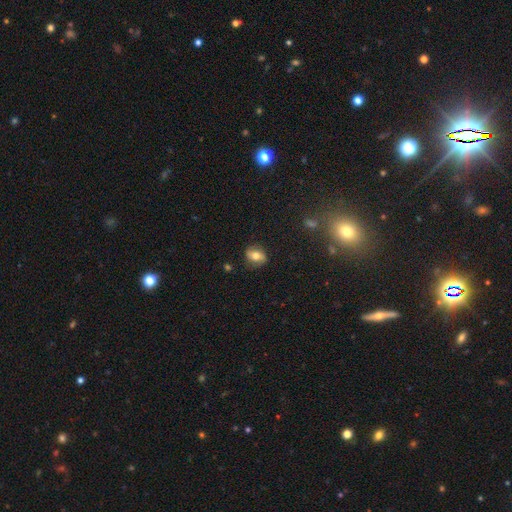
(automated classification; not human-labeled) Smooth or featured?
  - smooth: 55% *
  - featured or disk: 35%
  - star or artifact: 10%
How rounded?
  - in between: 52% *
  - round: 46%
  - cigar-shaped: 2%
Merging?
  - none: 80% *
  - minor disturbance: 14%
  - major disturbance: 4%
  - merger: 1%